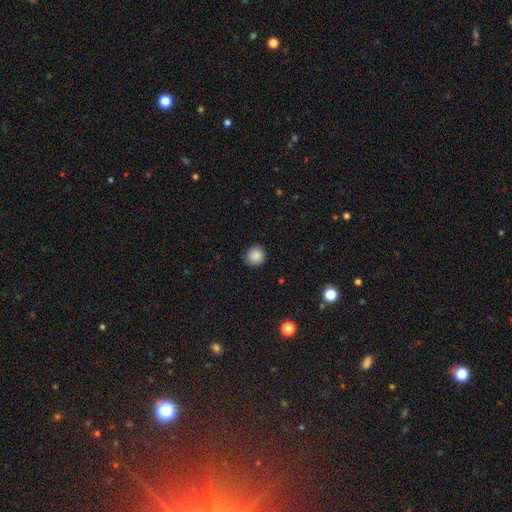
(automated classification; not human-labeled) Smooth or featured: smooth — 88% (star or artifact — 9%)
How rounded: round — 90% (in between — 9%)
Merging: none — 89% (minor disturbance — 8%)